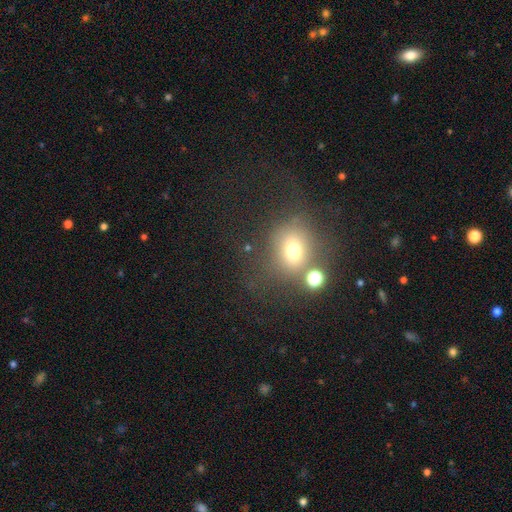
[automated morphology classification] The model was most divided on "smooth or featured": smooth: 55%, star or artifact: 30%, featured or disk: 15%. More confident: how rounded — round (66%); merging — none (51%).